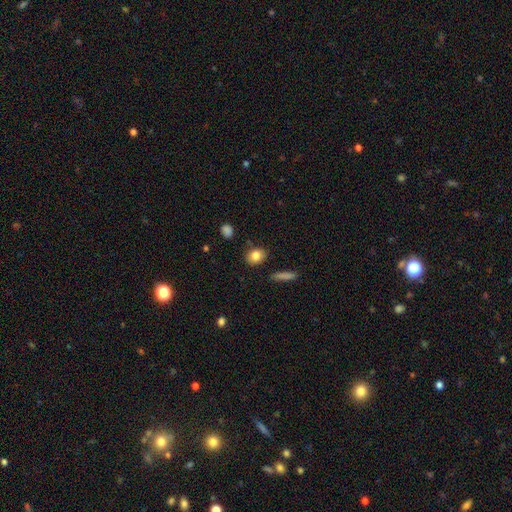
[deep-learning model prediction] A smooth galaxy with no disk features (82%) that is in between round and cigar-shaped (52%). Merging: none (83%).